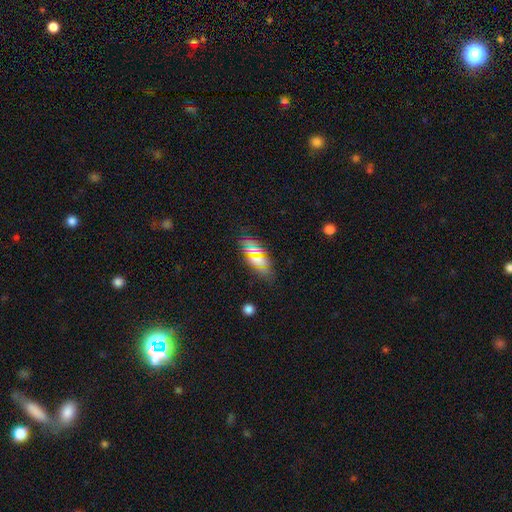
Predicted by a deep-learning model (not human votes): Smooth or featured? smooth (61%)
How rounded? in between (86%)
Merging? none (76%)